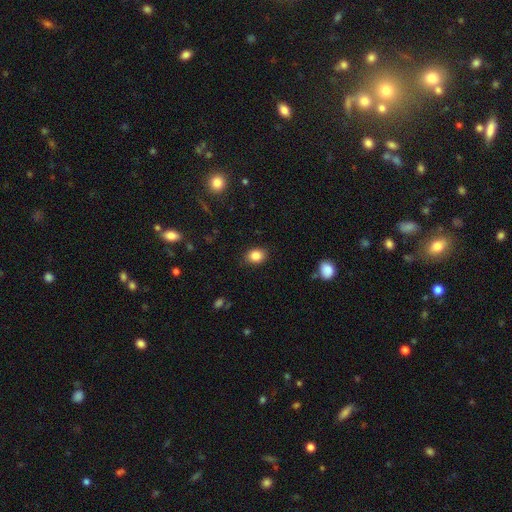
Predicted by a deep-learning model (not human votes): smooth-or-featured: smooth: 86% | star or artifact: 9% | featured or disk: 5%
  how-rounded: in between: 58% | round: 41% | cigar-shaped: 1%
  merging: none: 85% | minor disturbance: 11% | major disturbance: 3% | merger: 1%